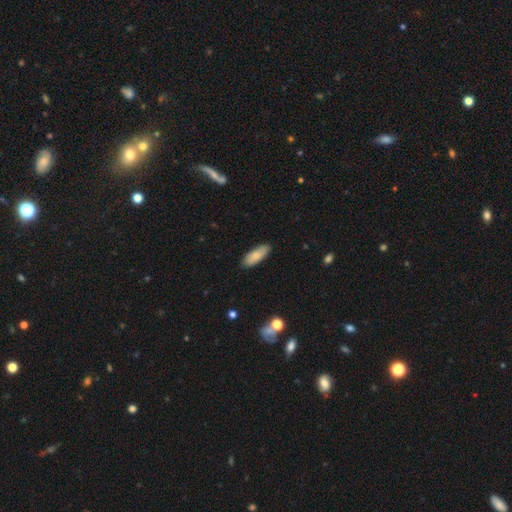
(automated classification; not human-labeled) smooth 81%, featured or disk 13%, star or artifact 6%. Down the decision tree: how rounded — in between (69%); merging — none (87%).